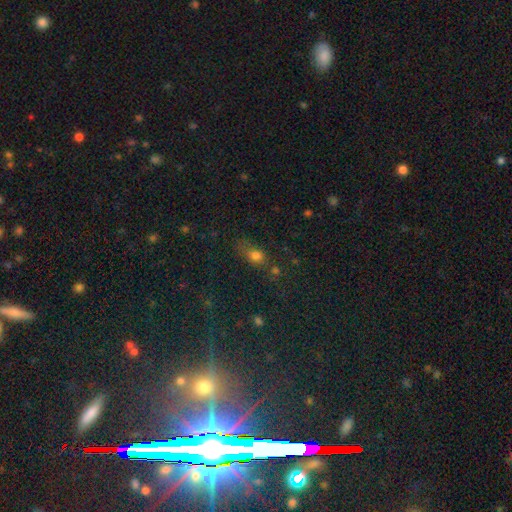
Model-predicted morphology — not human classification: smooth-or-featured: smooth: 72% | star or artifact: 18% | featured or disk: 10%
  how-rounded: in between: 56% | round: 36% | cigar-shaped: 8%
  merging: none: 47% | minor disturbance: 24% | major disturbance: 16% | merger: 13%